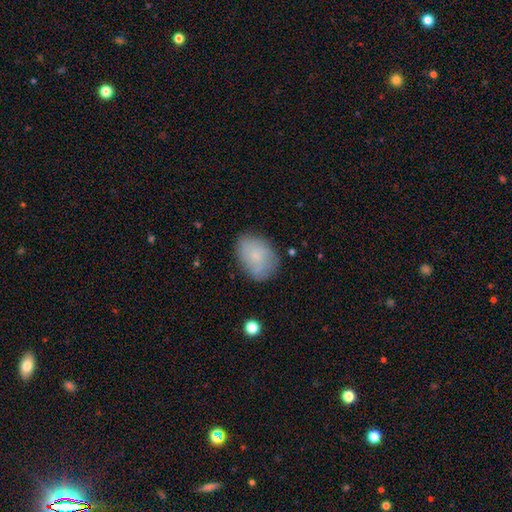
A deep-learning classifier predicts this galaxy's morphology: A smooth galaxy with no disk features (61%) that is in between round and cigar-shaped (75%). Merging: none (73%).